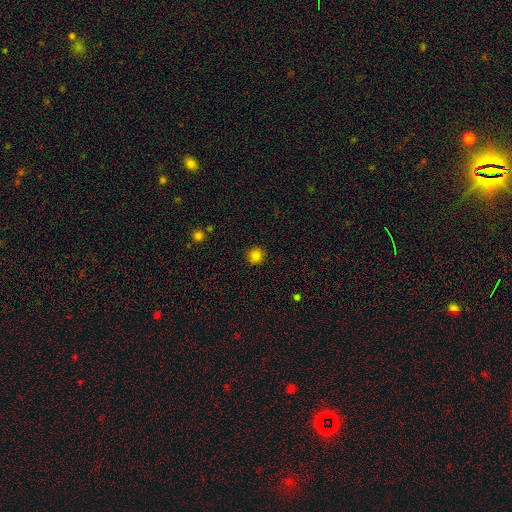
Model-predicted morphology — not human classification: Smooth or featured?
  - smooth: 82% *
  - star or artifact: 13%
  - featured or disk: 5%
How rounded?
  - round: 93% *
  - in between: 6%
  - cigar-shaped: 1%
Merging?
  - none: 90% *
  - minor disturbance: 7%
  - major disturbance: 2%
  - merger: 1%